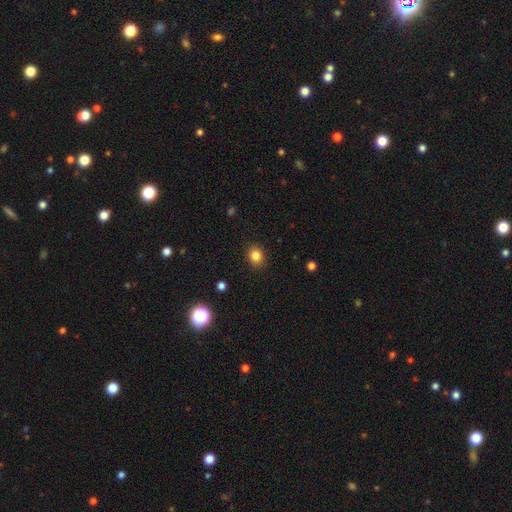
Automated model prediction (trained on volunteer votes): Overall: smooth (84%). How rounded: round (64%; in between 35%). Merging: none (89%).